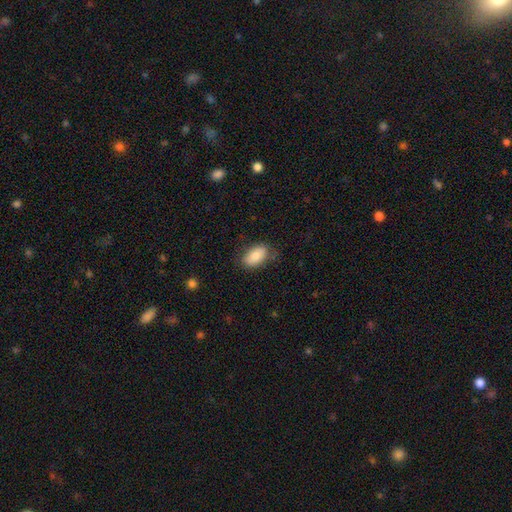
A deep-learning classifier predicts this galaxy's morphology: Smooth or featured: smooth — 85% (featured or disk — 9%)
How rounded: in between — 93% (round — 5%)
Merging: none — 76% (minor disturbance — 18%)